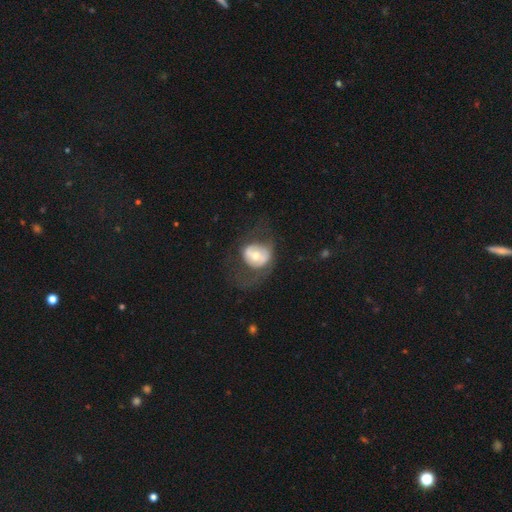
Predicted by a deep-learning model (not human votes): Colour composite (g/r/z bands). It shows a featured or disk galaxy (53%) with no bar (61%), no spiral arms (62%) and a moderate central bulge (67%). Merging: none (49%).